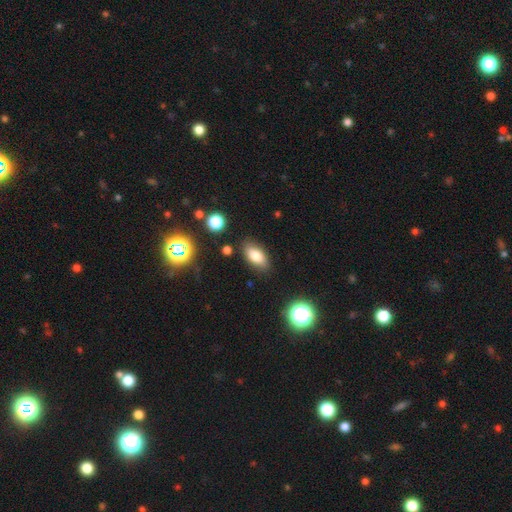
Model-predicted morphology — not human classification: Smooth or featured?
  - smooth: 77% *
  - featured or disk: 13%
  - star or artifact: 10%
How rounded?
  - in between: 90% *
  - round: 5%
  - cigar-shaped: 5%
Merging?
  - none: 84% *
  - minor disturbance: 11%
  - major disturbance: 3%
  - merger: 3%